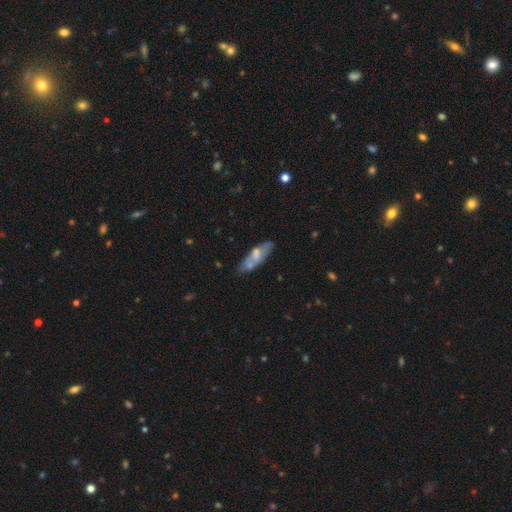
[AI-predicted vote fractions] This is possibly a smooth galaxy (54%). How rounded: possibly in between (53%). Merging: possibly none (55%).